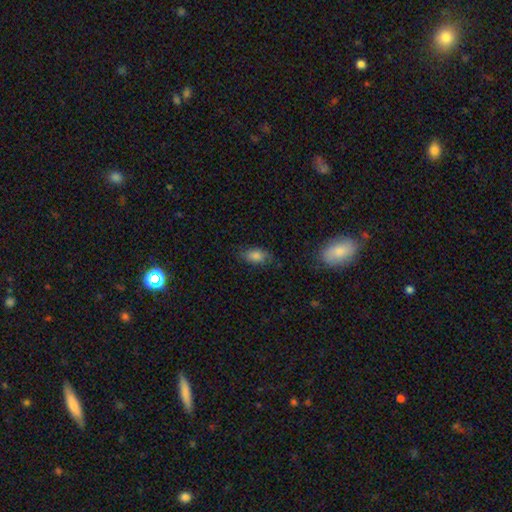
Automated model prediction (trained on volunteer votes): A smooth galaxy with no disk features (80%) that is in between round and cigar-shaped (90%). Merging: none (72%).